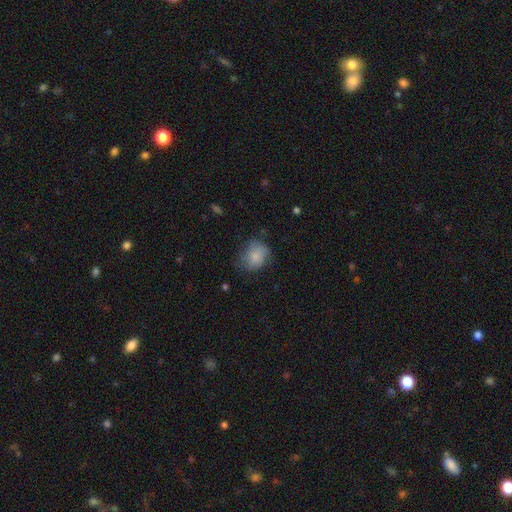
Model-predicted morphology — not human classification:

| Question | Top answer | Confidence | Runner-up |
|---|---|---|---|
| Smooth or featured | smooth | 80% | featured or disk (12%) |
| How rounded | round | 52% | in between (47%) |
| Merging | none | 55% | minor disturbance (31%) |